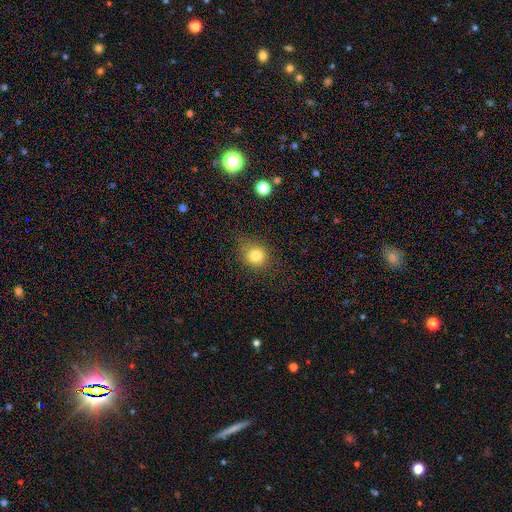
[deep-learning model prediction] Smooth or featured?
  - smooth: 79% *
  - star or artifact: 12%
  - featured or disk: 9%
How rounded?
  - round: 78% *
  - in between: 21%
  - cigar-shaped: 1%
Merging?
  - none: 73% *
  - minor disturbance: 18%
  - major disturbance: 6%
  - merger: 2%